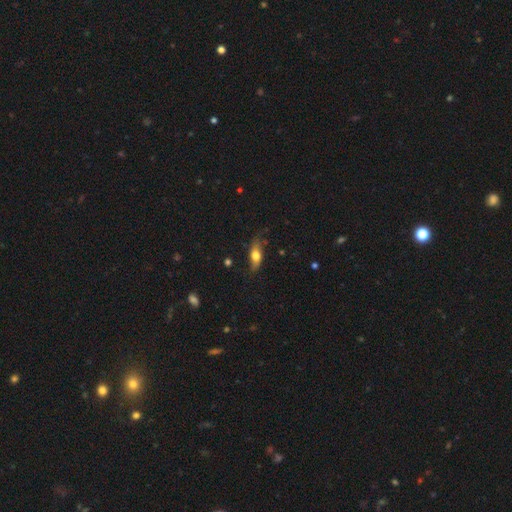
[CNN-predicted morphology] Smooth or featured? smooth (63%)
How rounded? in between (64%)
Merging? none (70%)